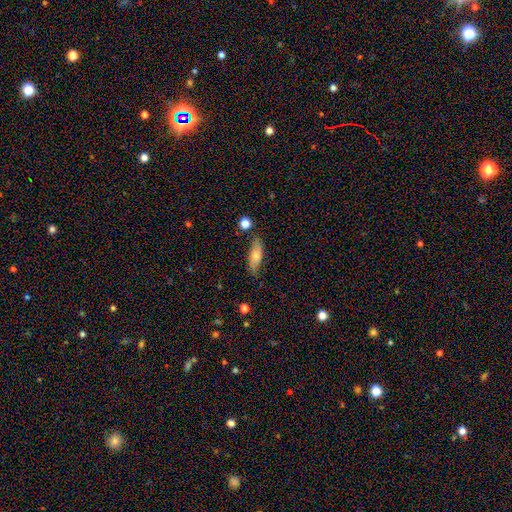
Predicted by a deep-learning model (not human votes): Smooth or featured?
  - smooth: 66% *
  - featured or disk: 27%
  - star or artifact: 7%
How rounded?
  - in between: 67% *
  - cigar-shaped: 30%
  - round: 3%
Merging?
  - none: 76% *
  - minor disturbance: 17%
  - major disturbance: 4%
  - merger: 3%